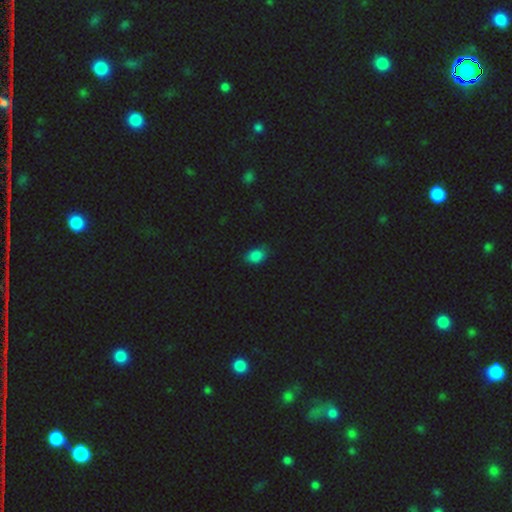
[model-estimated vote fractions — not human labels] This is clearly a smooth galaxy (82%). How rounded: likely in between (79%). Merging: likely none (73%).